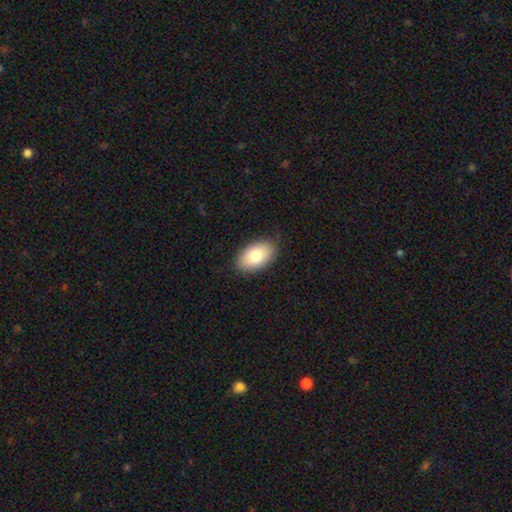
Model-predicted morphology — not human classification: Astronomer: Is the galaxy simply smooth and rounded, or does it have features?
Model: smooth — 81%.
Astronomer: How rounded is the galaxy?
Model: in between — 94%.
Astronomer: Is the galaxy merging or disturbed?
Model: none — 85%.